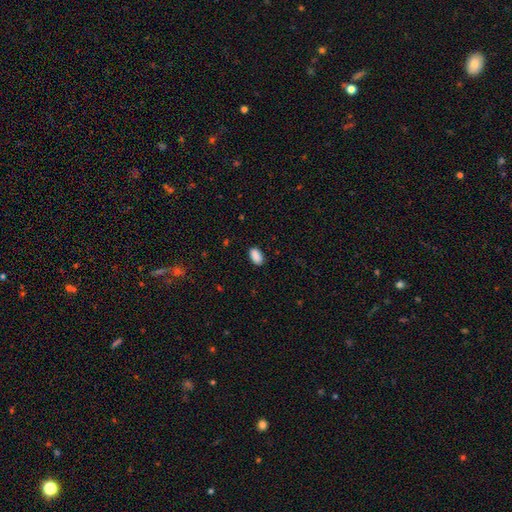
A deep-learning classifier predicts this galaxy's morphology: A smooth galaxy with no disk features (90%) that is in between round and cigar-shaped (93%).

Vote fractions:
- Smooth or featured? smooth: 90% / star or artifact: 8% / featured or disk: 3%
- How rounded? in between: 93% / round: 5% / cigar-shaped: 2%
- Merging? none: 87% / minor disturbance: 10% / major disturbance: 2% / merger: 1%